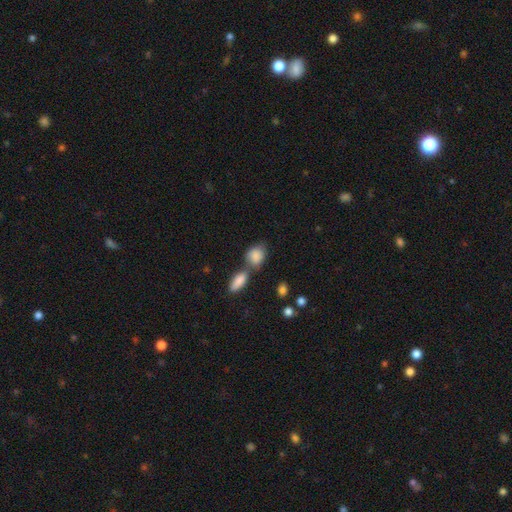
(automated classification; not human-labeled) A smooth galaxy with no disk features (86%) that is in between round and cigar-shaped (66%).

Vote fractions:
- Smooth or featured? smooth: 86% / featured or disk: 7% / star or artifact: 7%
- How rounded? in between: 66% / round: 31% / cigar-shaped: 3%
- Merging? none: 41% / merger: 39% / minor disturbance: 15% / major disturbance: 6%